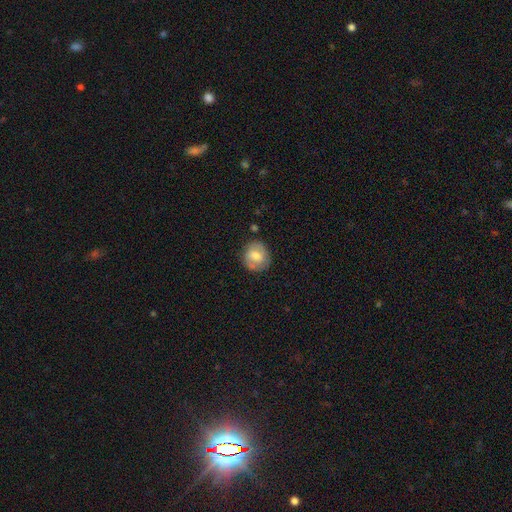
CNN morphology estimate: smooth-or-featured: smooth: 59% | featured or disk: 34% | star or artifact: 7%
  how-rounded: round: 78% | in between: 21% | cigar-shaped: 1%
  merging: none: 79% | minor disturbance: 15% | major disturbance: 4% | merger: 2%